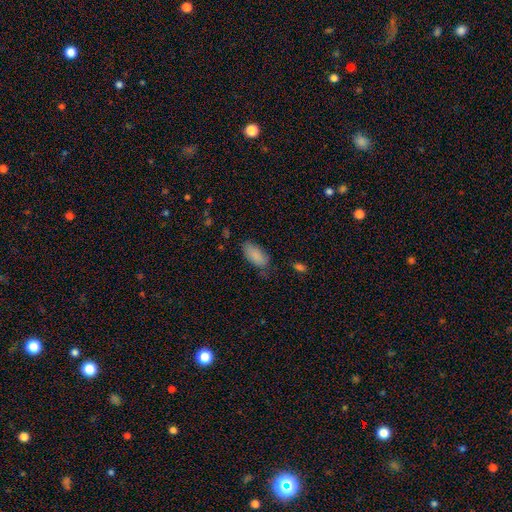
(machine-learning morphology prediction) This appears to be a smooth galaxy with no disk features (87%) that is in between round and cigar-shaped (91%). Merging: none (68%).